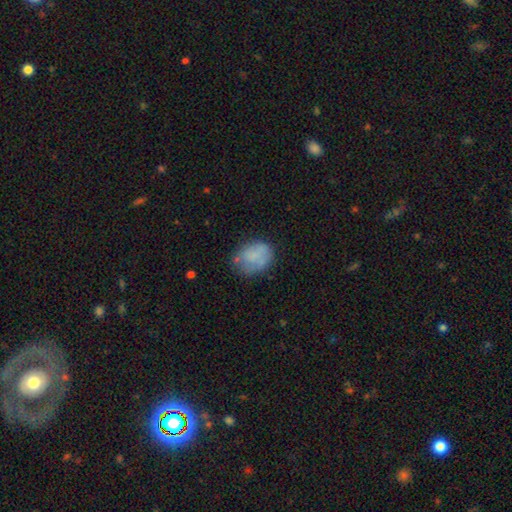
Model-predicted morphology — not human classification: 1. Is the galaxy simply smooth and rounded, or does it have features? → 72% smooth, 20% featured or disk, 8% star or artifact.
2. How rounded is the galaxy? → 55% in between, 44% round, 1% cigar-shaped.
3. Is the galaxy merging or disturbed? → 58% none, 27% minor disturbance, 11% major disturbance, 4% merger.